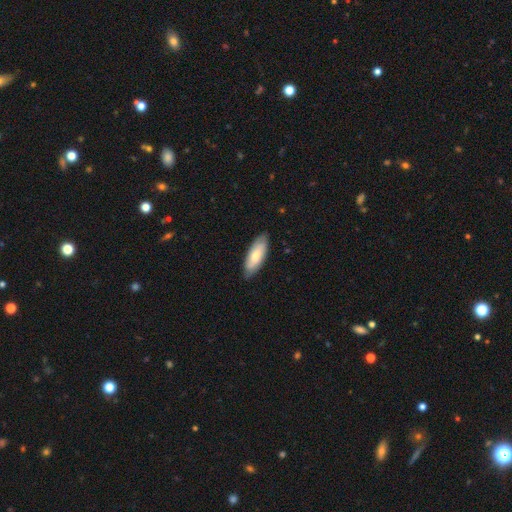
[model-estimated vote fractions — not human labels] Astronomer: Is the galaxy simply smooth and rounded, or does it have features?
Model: smooth — 71%.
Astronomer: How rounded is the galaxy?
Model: in between — 72%.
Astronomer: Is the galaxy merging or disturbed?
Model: none — 83%.